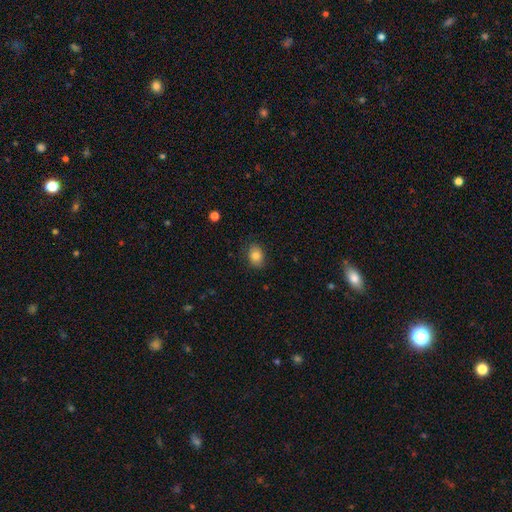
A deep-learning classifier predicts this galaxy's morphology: Smooth or featured: smooth — 83% (star or artifact — 9%)
How rounded: in between — 72% (round — 27%)
Merging: none — 84% (minor disturbance — 12%)